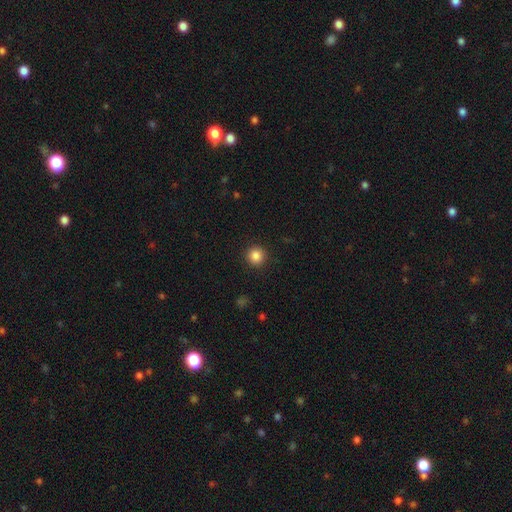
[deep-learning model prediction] Morphology: type=smooth (86%); roundness=round (95%); merging=none (92%).